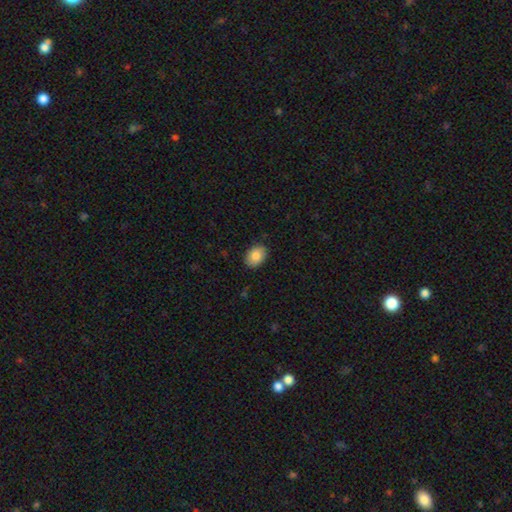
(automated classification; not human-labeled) smooth_or_featured: smooth (p=0.87) [alt: star or artifact p=0.07]
how_rounded: in between (p=0.79) [alt: round p=0.20]
merging: none (p=0.87) [alt: minor disturbance p=0.10]